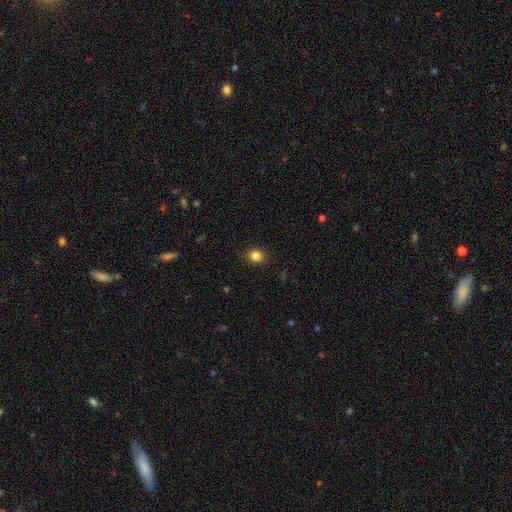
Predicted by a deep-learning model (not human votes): Smooth or featured? Predicted: smooth (p=0.85). How rounded? Predicted: round (p=0.78). Merging? Predicted: none (p=0.91).